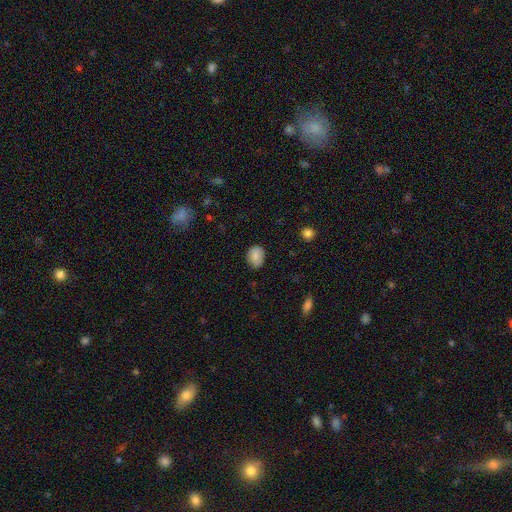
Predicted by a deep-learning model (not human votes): Morphology: type=smooth (83%); roundness=in between (61%); merging=none (78%).